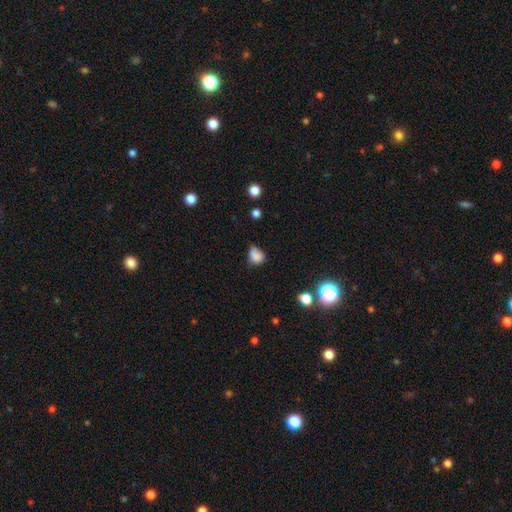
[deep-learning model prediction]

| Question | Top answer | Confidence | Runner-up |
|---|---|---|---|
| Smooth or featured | smooth | 79% | star or artifact (12%) |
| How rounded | round | 49% | tied: in between (49%) |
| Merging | minor disturbance | 41% | none (39%) |